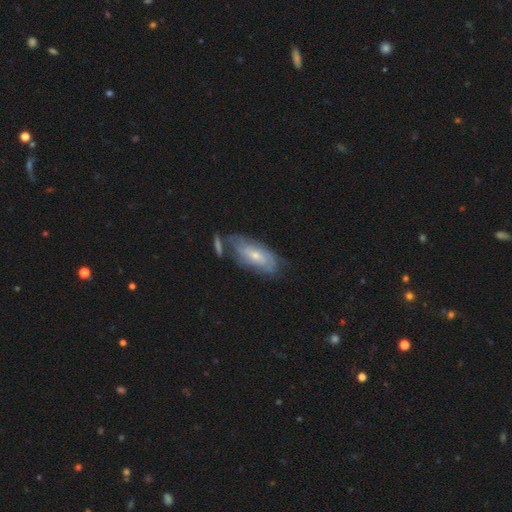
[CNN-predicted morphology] Smooth or featured: featured or disk — 55% (smooth — 38%)
Edge-on disk: no — 85% (yes — 15%)
Merging: none — 51% (minor disturbance — 24%)